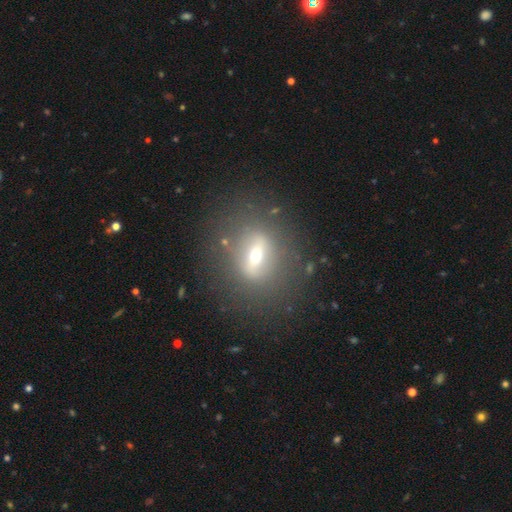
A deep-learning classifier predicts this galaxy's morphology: Smooth or featured: featured or disk — 57% (smooth — 29%)
Edge-on disk: no — 61% (yes — 39%)
Merging: none — 81% (minor disturbance — 11%)